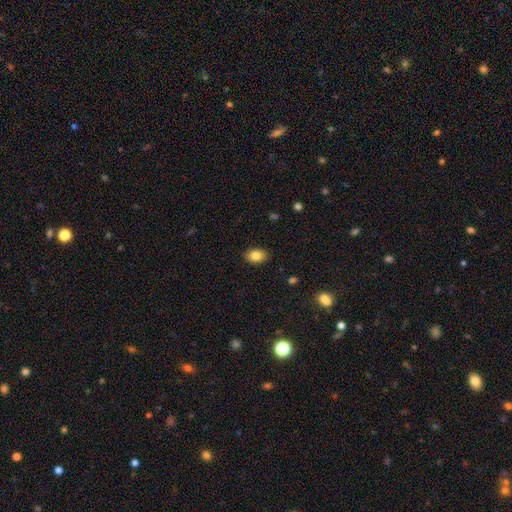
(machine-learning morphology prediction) smooth 83%, star or artifact 9%, featured or disk 8%. Down the decision tree: how rounded — in between (81%); merging — none (87%).